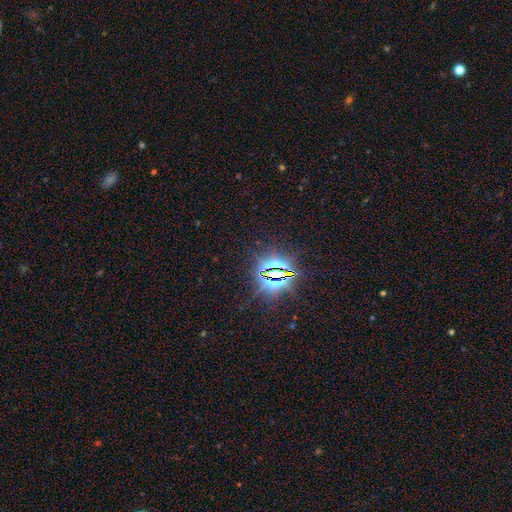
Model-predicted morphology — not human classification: type=star or artifact (85%).